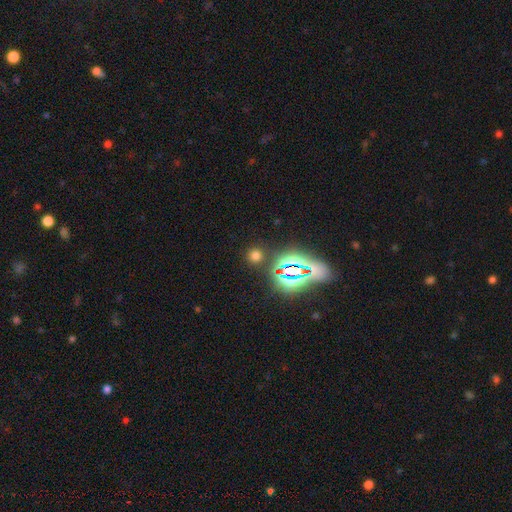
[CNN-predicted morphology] Smooth or featured?
  - smooth: 59% *
  - star or artifact: 35%
  - featured or disk: 6%
How rounded?
  - round: 89% *
  - in between: 9%
  - cigar-shaped: 1%
Merging?
  - none: 85% *
  - minor disturbance: 7%
  - merger: 4%
  - major disturbance: 3%